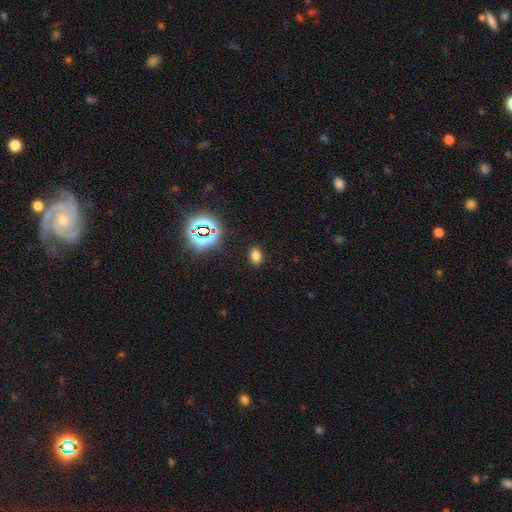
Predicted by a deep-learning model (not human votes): Smooth or featured?
  - smooth: 72% *
  - star or artifact: 22%
  - featured or disk: 6%
How rounded?
  - in between: 79% *
  - round: 19%
  - cigar-shaped: 2%
Merging?
  - none: 88% *
  - minor disturbance: 8%
  - major disturbance: 3%
  - merger: 1%